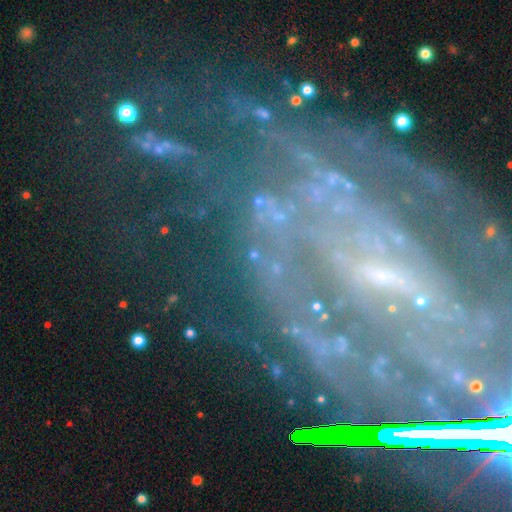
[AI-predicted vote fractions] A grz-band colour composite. It shows a featured or disk galaxy (70%) with a strong bar (33%, tied with no and weak), tight (54%) spiral arms (84%) and a small central bulge (67%). Merging: none (59%).